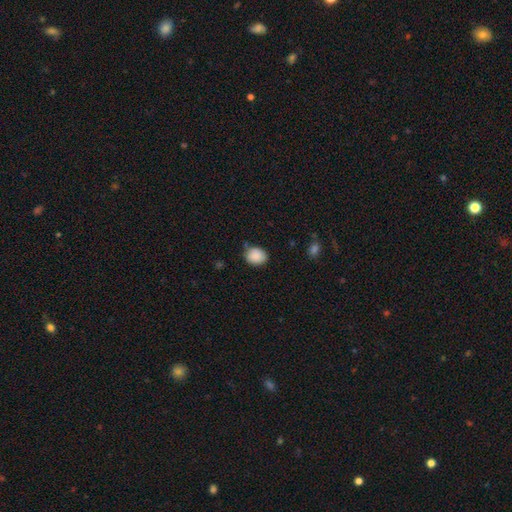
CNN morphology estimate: A smooth galaxy with no disk features (87%) that is round (54%).

Vote fractions:
- Smooth or featured? smooth: 87% / star or artifact: 8% / featured or disk: 6%
- How rounded? round: 54% / in between: 46% / cigar-shaped: 1%
- Merging? none: 75% / minor disturbance: 19% / merger: 4% / major disturbance: 3%